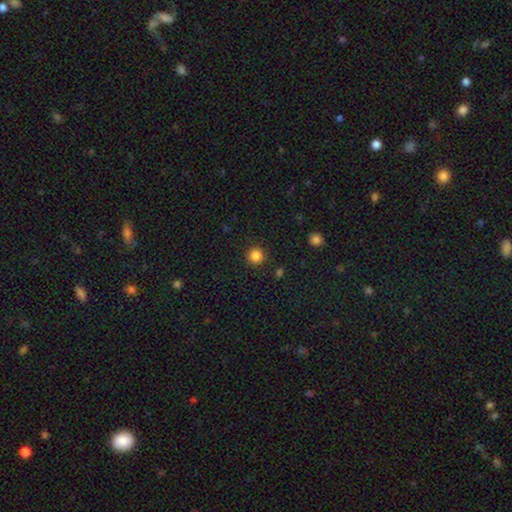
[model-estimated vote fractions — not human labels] Smooth or featured? Predicted: smooth (p=0.85). How rounded? Predicted: round (p=0.95). Merging? Predicted: none (p=0.91).